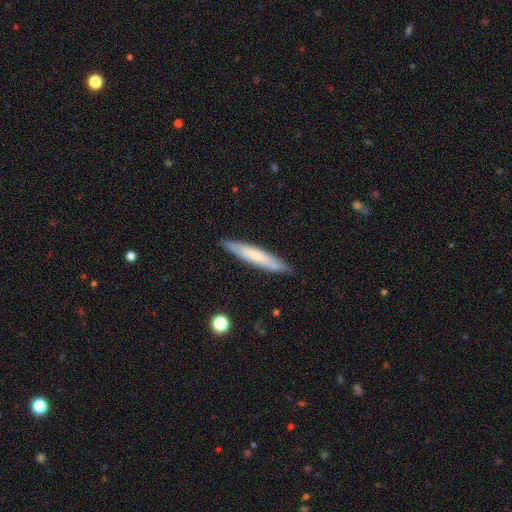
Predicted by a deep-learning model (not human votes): A smooth galaxy with no disk features (61%) that is cigar-shaped (92%). Merging: none (87%).